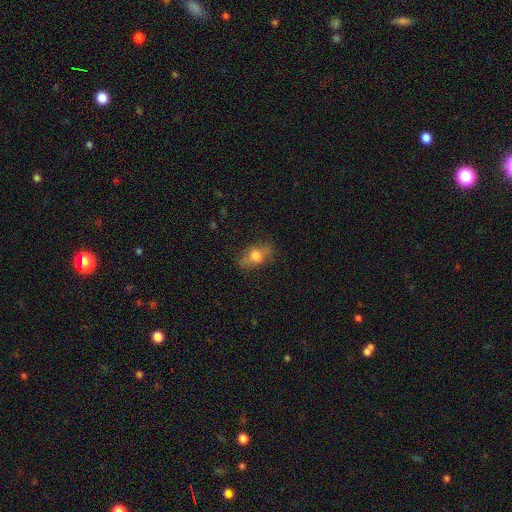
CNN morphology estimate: Smooth or featured? Predicted: smooth (p=0.65). How rounded? Predicted: in between (p=0.75). Merging? Predicted: none (p=0.69).